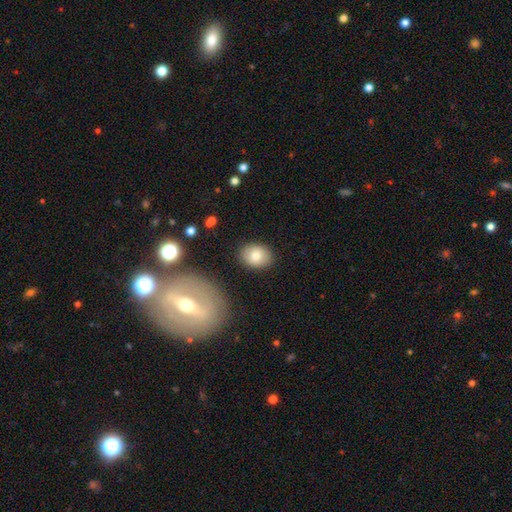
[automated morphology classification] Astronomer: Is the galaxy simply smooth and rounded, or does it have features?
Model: smooth — 80%.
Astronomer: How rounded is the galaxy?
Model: in between — 62%.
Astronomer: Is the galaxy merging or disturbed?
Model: none — 87%.